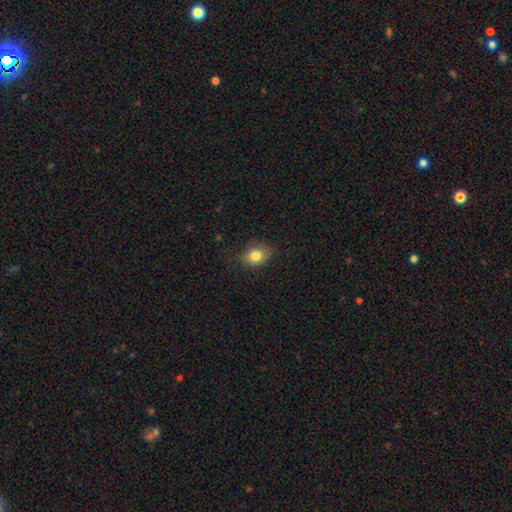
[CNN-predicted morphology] smooth_or_featured: smooth (p=0.81) [alt: star or artifact p=0.10]
how_rounded: in between (p=0.50) [alt: round p=0.49]
merging: none (p=0.73) [alt: minor disturbance p=0.21]